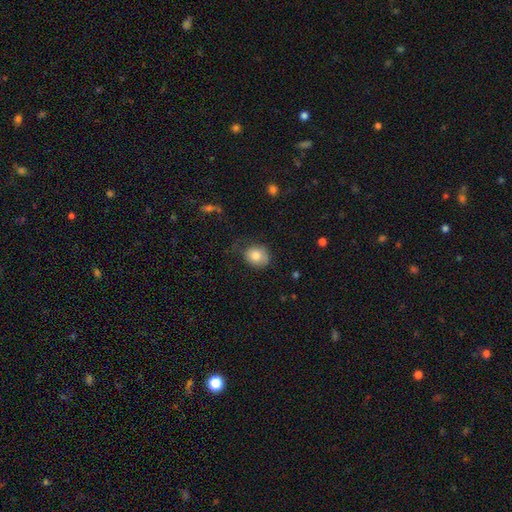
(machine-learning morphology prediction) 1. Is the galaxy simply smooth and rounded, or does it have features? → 81% smooth, 10% featured or disk, 9% star or artifact.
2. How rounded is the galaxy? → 67% round, 32% in between, 1% cigar-shaped.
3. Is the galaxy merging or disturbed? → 62% none, 26% minor disturbance, 9% major disturbance, 2% merger.